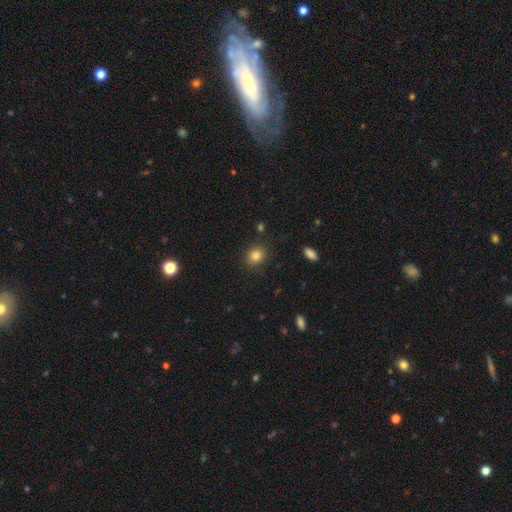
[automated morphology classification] A smooth galaxy with no disk features (83%) that is round (71%). Merging: none (86%).